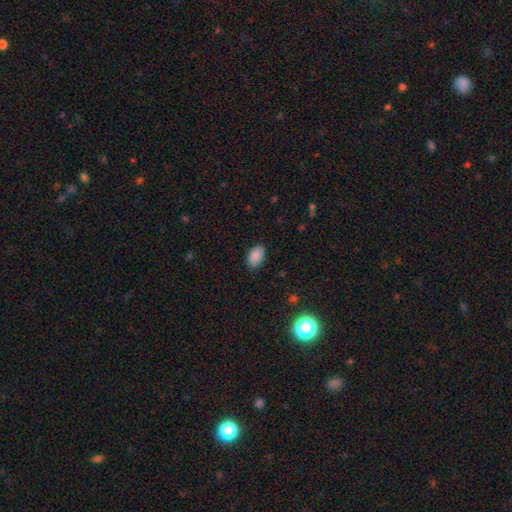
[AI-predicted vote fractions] The model was most divided on "merging": none: 85%, minor disturbance: 12%, major disturbance: 2%, merger: 1%. More confident: how rounded — in between (91%); smooth or featured — smooth (88%).